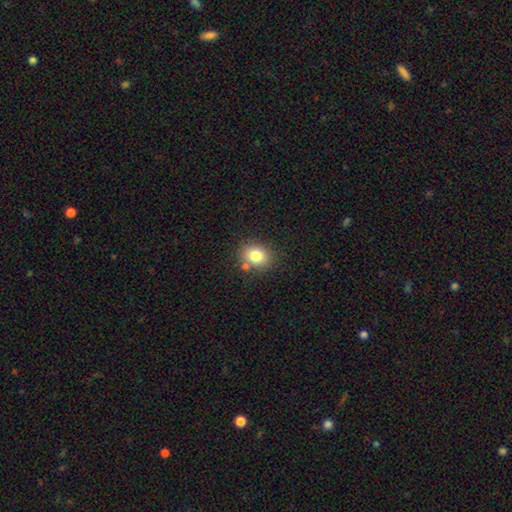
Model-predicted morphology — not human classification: This is likely a smooth galaxy (79%). How rounded: likely round (61%). Merging: likely none (76%).